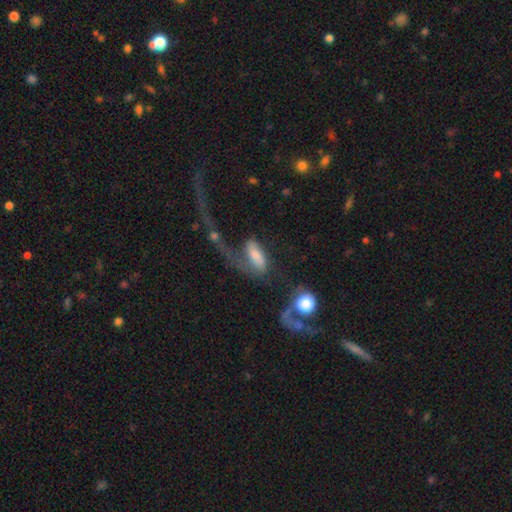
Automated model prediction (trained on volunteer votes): smooth-or-featured: featured or disk: 49% | smooth: 41% | star or artifact: 10%
  merging: major disturbance: 43% | merger: 28% | none: 18% | minor disturbance: 11%